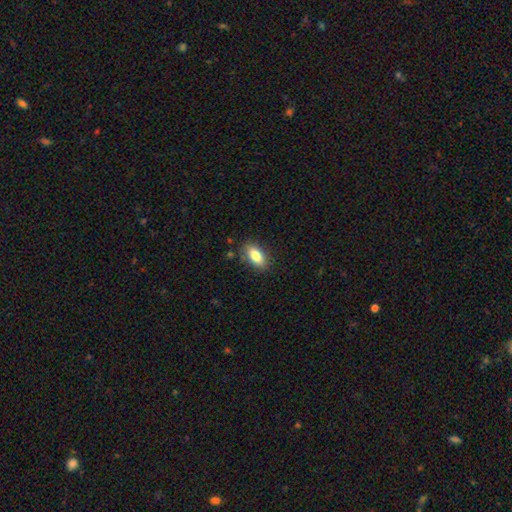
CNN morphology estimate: The model was most divided on "smooth or featured": smooth: 82%, featured or disk: 11%, star or artifact: 8%. More confident: how rounded — in between (88%); merging — none (83%).